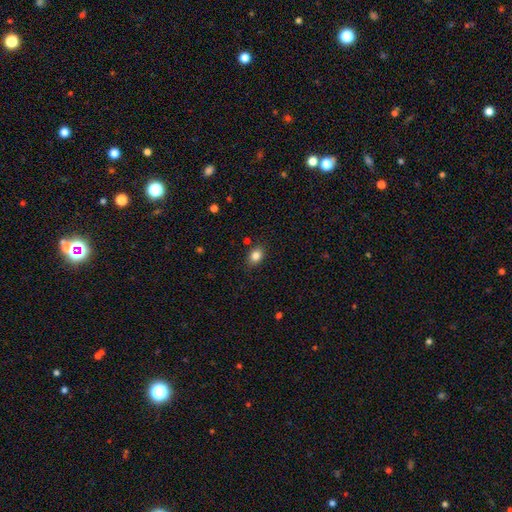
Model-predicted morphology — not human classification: A smooth galaxy with no disk features (84%) that is in between round and cigar-shaped (75%). Merging: none (84%).